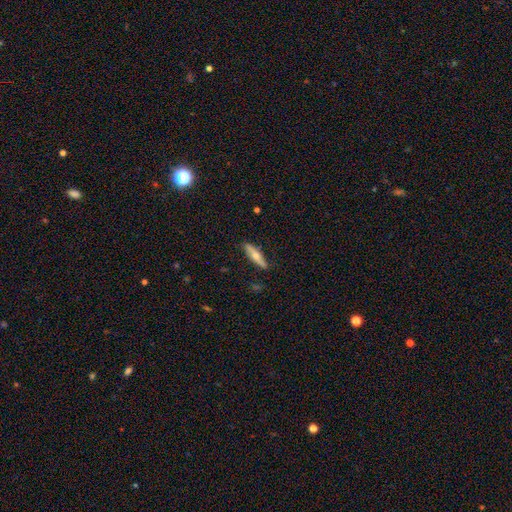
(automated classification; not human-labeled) Smooth or featured? Predicted: smooth (p=0.51). How rounded? Predicted: cigar-shaped (p=0.74). Merging? Predicted: none (p=0.85).